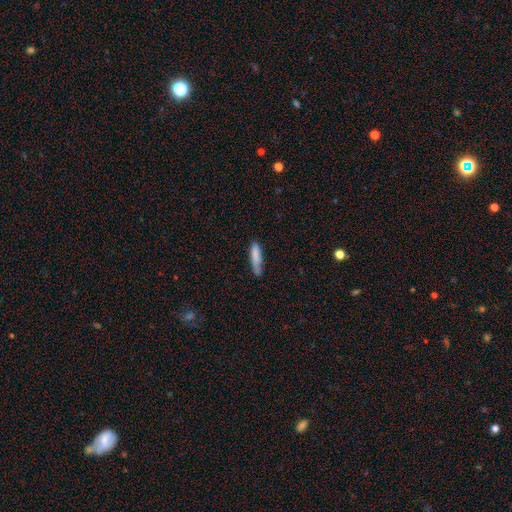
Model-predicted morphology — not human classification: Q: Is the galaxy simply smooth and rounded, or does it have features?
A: smooth — 82%.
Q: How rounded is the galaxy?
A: cigar-shaped — 75%.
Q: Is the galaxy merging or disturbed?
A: none — 61%.